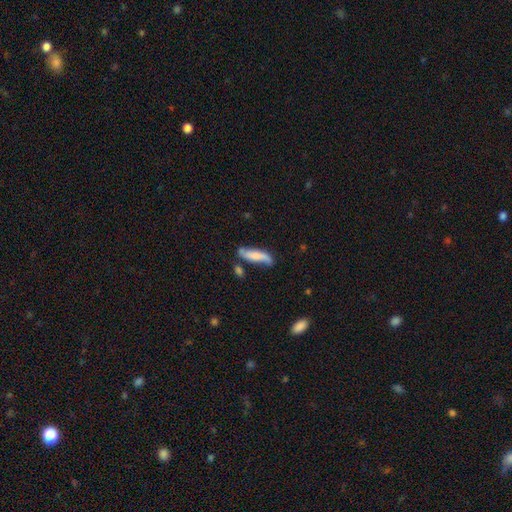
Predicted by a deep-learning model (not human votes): A smooth galaxy with no disk features (54%) that is cigar-shaped (61%). Merging: none (60%).